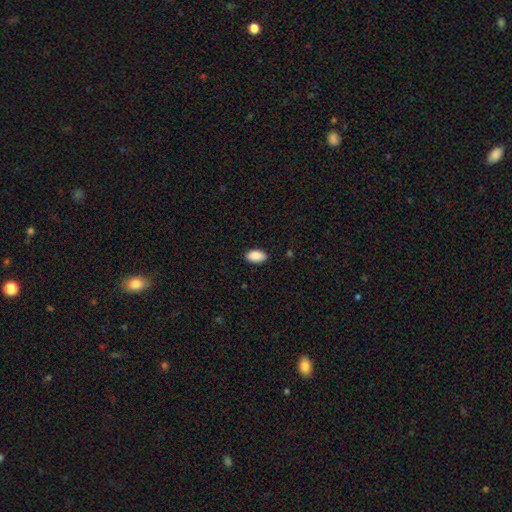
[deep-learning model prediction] Smooth or featured? smooth (91%)
How rounded? in between (95%)
Merging? none (88%)